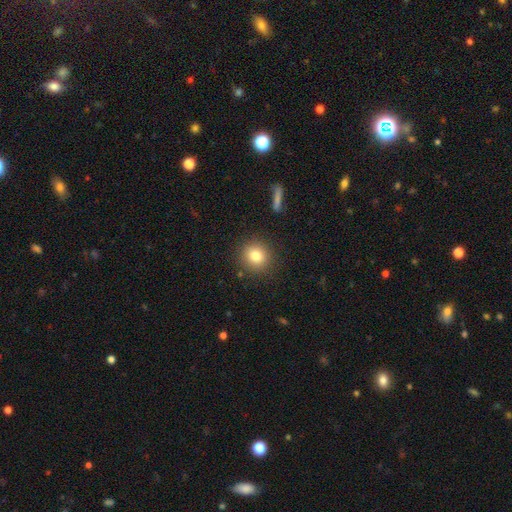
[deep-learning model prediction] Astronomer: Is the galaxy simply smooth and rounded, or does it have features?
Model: smooth — 80%.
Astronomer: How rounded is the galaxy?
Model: round — 89%.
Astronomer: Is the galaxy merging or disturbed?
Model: none — 89%.